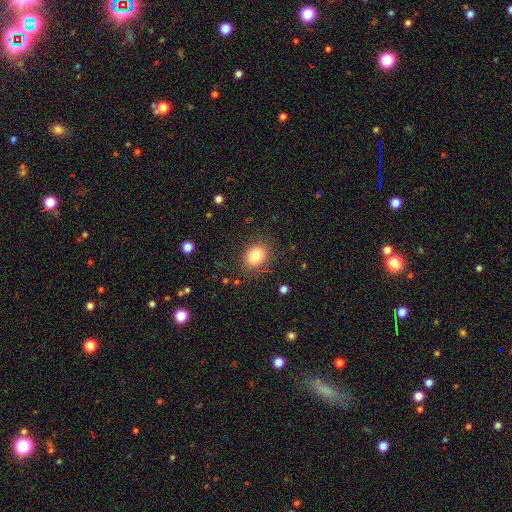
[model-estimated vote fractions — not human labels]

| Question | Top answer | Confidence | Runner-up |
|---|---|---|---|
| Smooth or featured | smooth | 82% | star or artifact (11%) |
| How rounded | in between | 50% | round (49%) |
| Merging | none | 83% | minor disturbance (11%) |